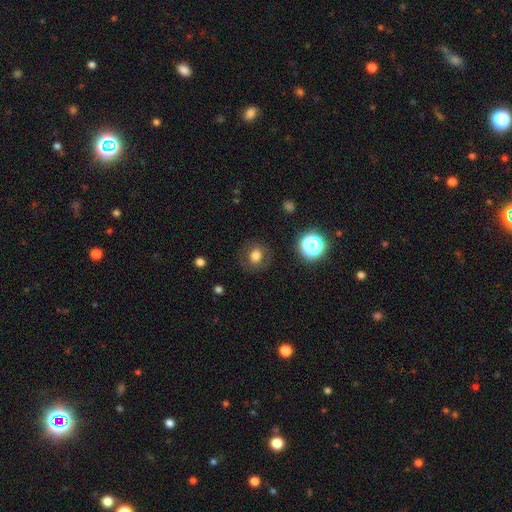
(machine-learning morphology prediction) type=smooth (72%); roundness=round (78%); merging=none (82%).